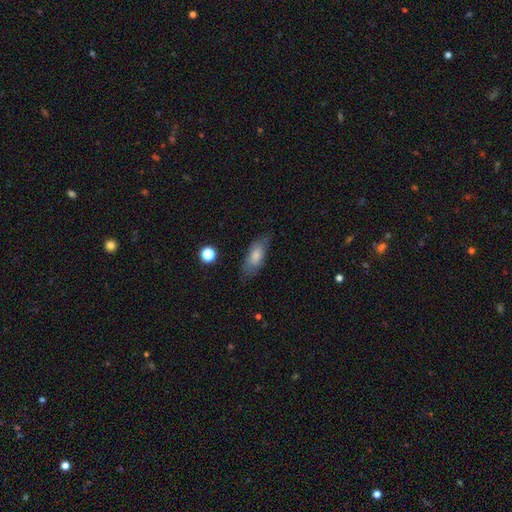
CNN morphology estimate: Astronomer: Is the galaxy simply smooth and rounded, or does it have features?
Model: smooth — 74%.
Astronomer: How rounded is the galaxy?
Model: in between — 77%.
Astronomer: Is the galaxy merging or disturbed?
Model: none — 71%.